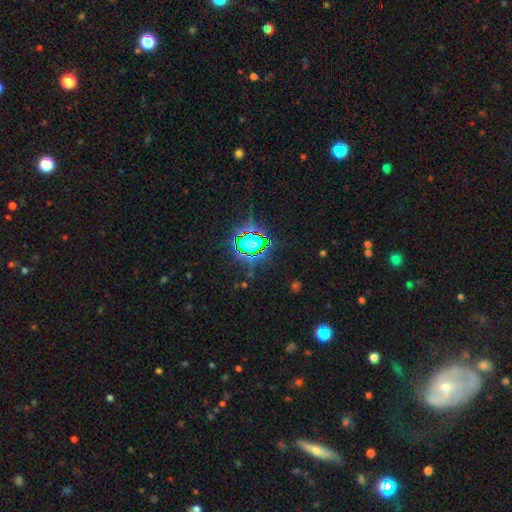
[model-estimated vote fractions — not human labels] Overall: star or artifact (79%).